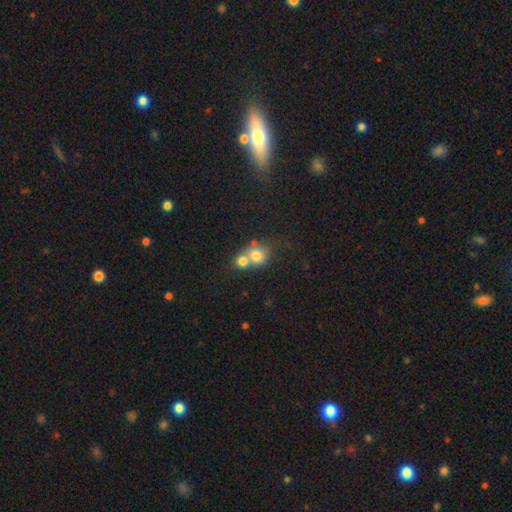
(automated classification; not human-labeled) Smooth or featured? Predicted: smooth (p=0.74). How rounded? Predicted: round (p=0.76). Merging? Predicted: merger (p=0.65).